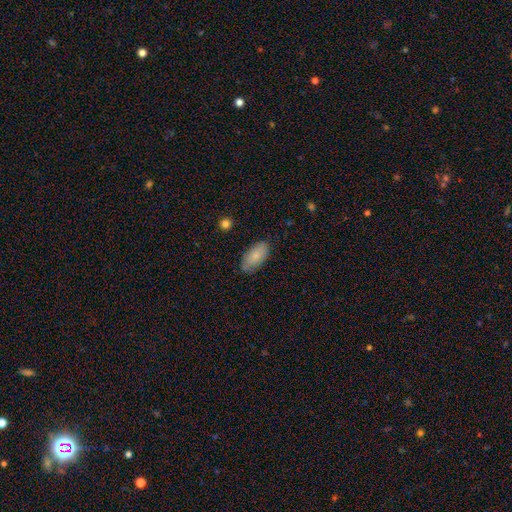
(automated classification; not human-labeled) Overall: smooth (78%). How rounded: in between (93%). Merging: none (76%).